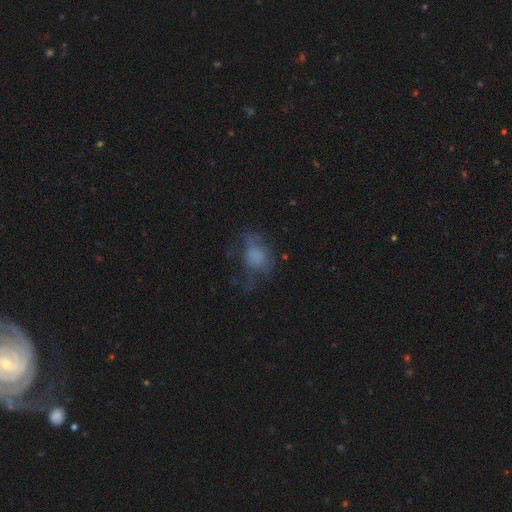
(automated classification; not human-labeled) Morphology: type=smooth (55%); roundness=in between (53%); merging=none (41%).